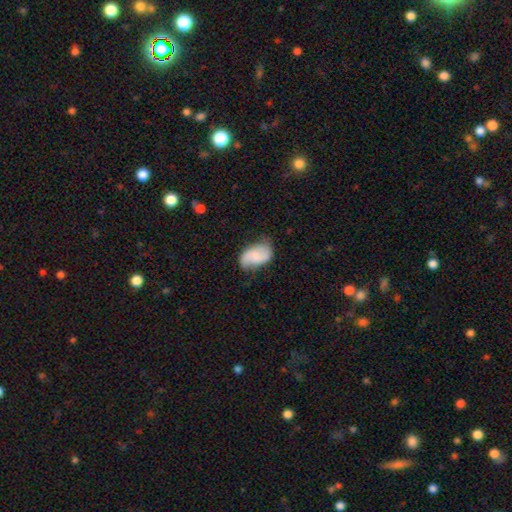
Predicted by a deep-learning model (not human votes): Morphology: type=featured or disk (52%); edge-on=no (97%); bar=no (52%); spiral arms=yes (89%); bulge=small (42%); merging=none (64%).